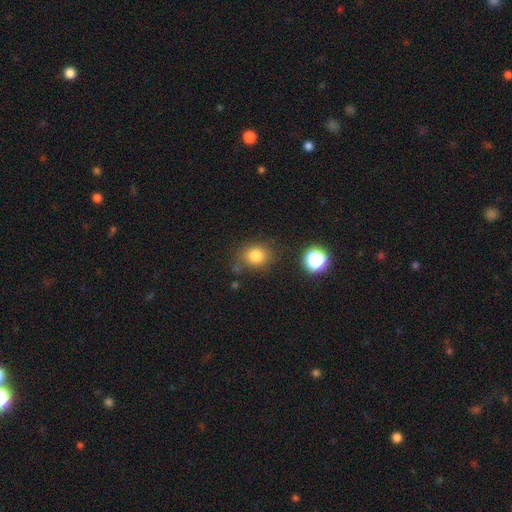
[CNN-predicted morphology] Q: Smooth or featured?
A: smooth (81%); runner-up: star or artifact (13%)
Q: How rounded?
A: round (69%); runner-up: in between (30%)
Q: Merging?
A: none (73%); runner-up: minor disturbance (16%)